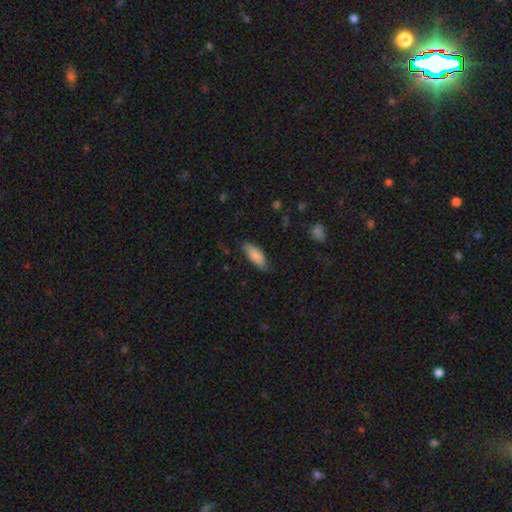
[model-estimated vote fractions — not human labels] Morphology: type=smooth (82%); roundness=in between (74%); merging=none (71%).